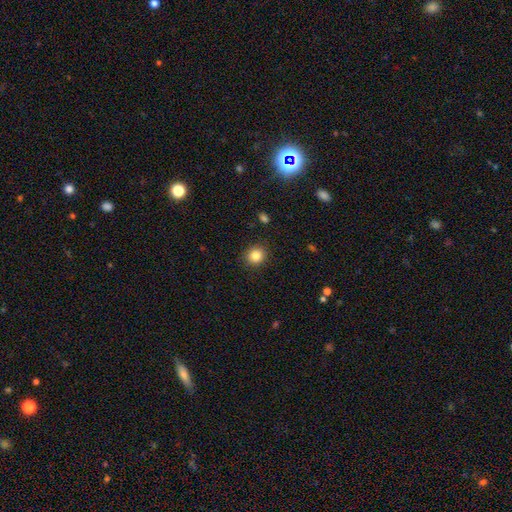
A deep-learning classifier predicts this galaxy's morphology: A smooth galaxy with no disk features (84%) that is round (86%). Merging: none (90%).